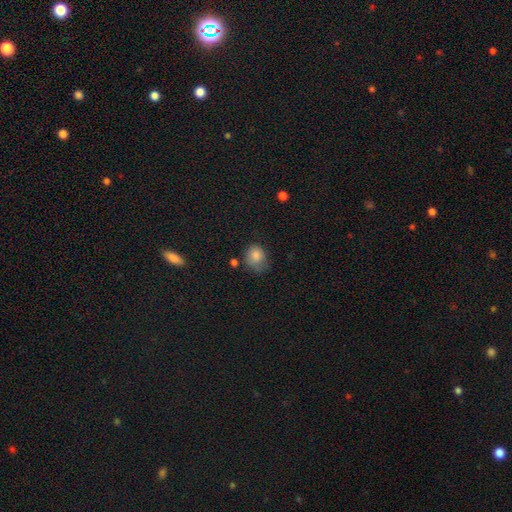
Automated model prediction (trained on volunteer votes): Smooth or featured?
  - smooth: 82% *
  - star or artifact: 10%
  - featured or disk: 8%
How rounded?
  - round: 62% *
  - in between: 37%
  - cigar-shaped: 1%
Merging?
  - none: 49% *
  - minor disturbance: 35%
  - major disturbance: 13%
  - merger: 4%